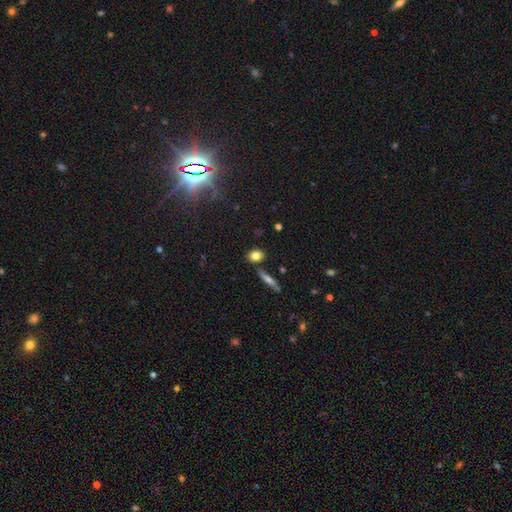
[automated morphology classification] smooth 79%, featured or disk 12%, star or artifact 10%. Down the decision tree: how rounded — in between (53%); merging — none (77%).